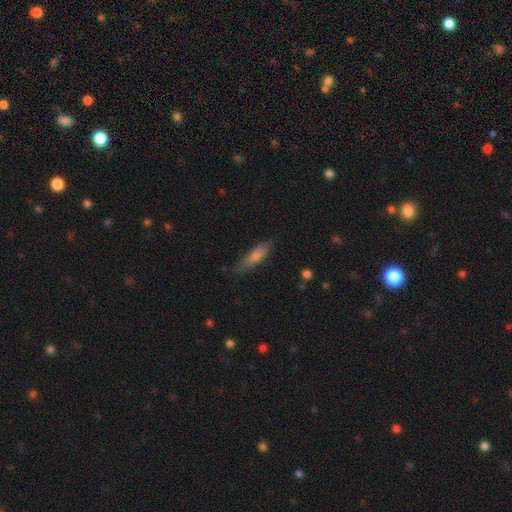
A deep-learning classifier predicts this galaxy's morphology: This is likely a smooth galaxy (71%). How rounded: likely cigar-shaped (65%). Merging: likely none (78%).